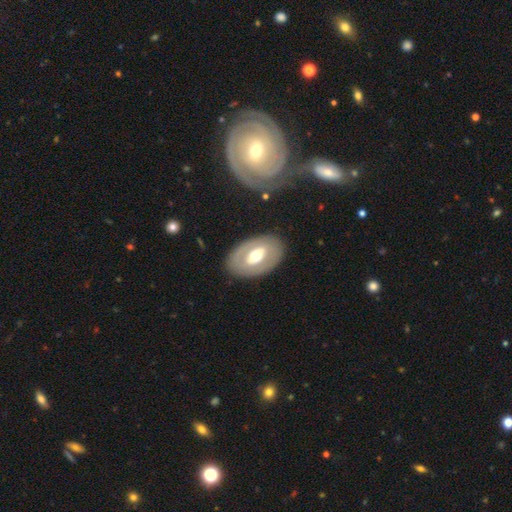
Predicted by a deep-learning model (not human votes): A featured or disk galaxy (55%).

Vote fractions:
- Smooth or featured? featured or disk: 55% / smooth: 40% / star or artifact: 5%
- Edge-on disk? no: 89% / yes: 11%
- Merging? none: 84% / minor disturbance: 10% / major disturbance: 4% / merger: 1%